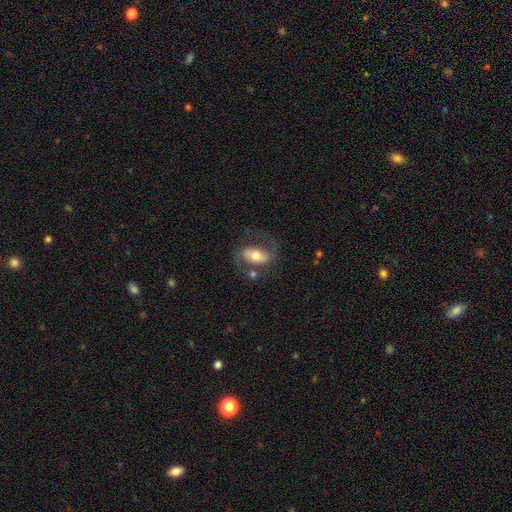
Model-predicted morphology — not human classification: type=featured or disk (62%); edge-on=no (94%); bar=strong (34%); spiral arms=yes (81%); bulge=moderate (65%); merging=none (57%).